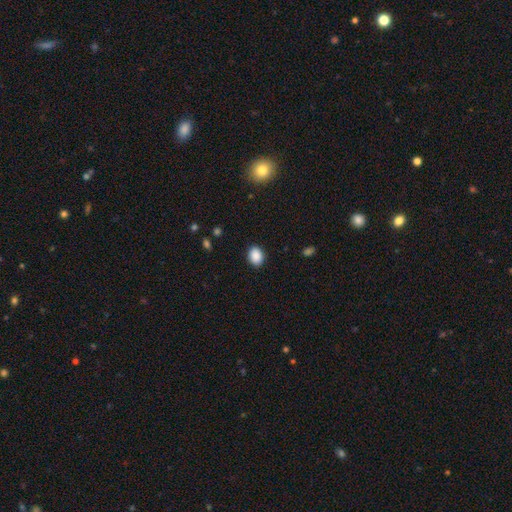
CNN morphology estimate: smooth 89%, star or artifact 8%, featured or disk 3%. Down the decision tree: how rounded — in between (66%); merging — none (89%).